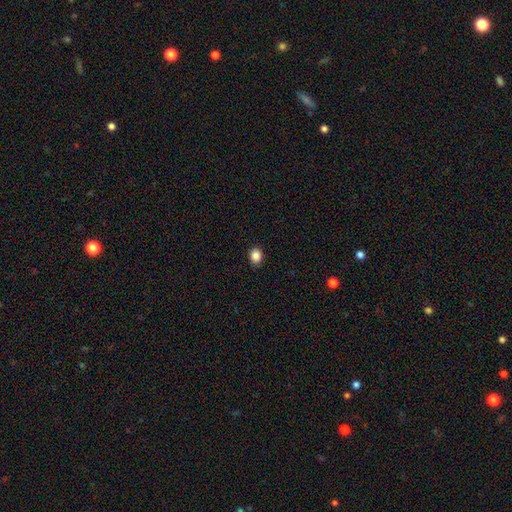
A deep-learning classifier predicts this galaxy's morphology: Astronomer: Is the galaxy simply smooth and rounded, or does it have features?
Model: smooth — 86%.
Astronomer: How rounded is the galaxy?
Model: round — 58% (runner-up: in between, 41%).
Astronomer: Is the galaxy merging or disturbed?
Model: none — 90%.